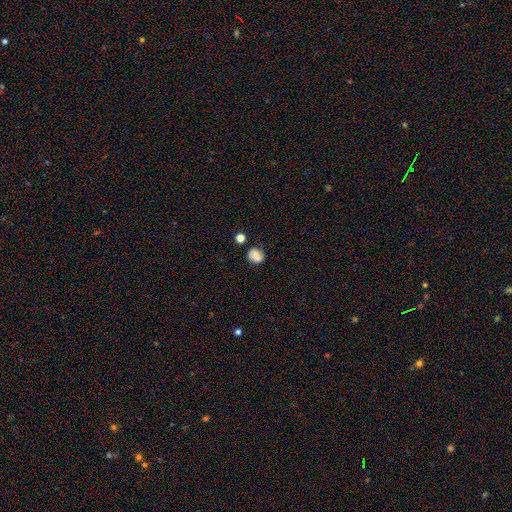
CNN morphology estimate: A smooth galaxy with no disk features (67%) that is round (65%). Merging: none (67%).